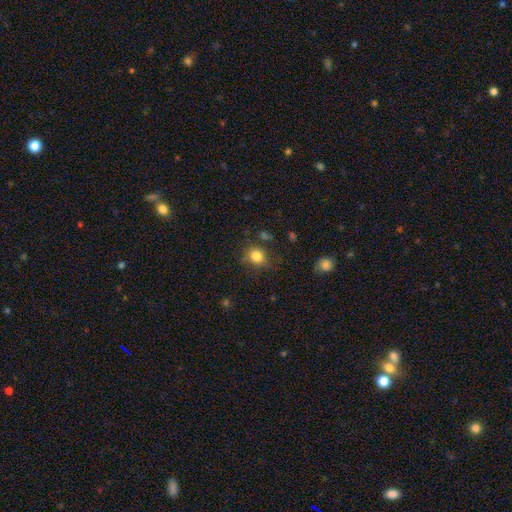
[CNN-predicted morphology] Overall: smooth (82%). How rounded: round (74%). Merging: none (74%).